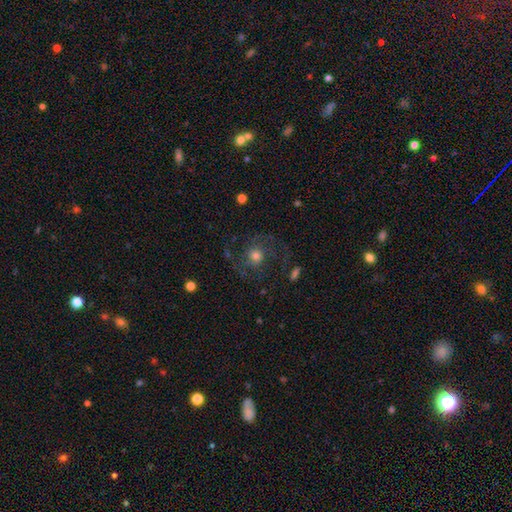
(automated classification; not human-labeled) This appears to be a featured or disk galaxy (64%) with no bar (78%), 2 (62%) medium (49%) spiral arms (87%) and a moderate central bulge (55%). Merging: none (68%).